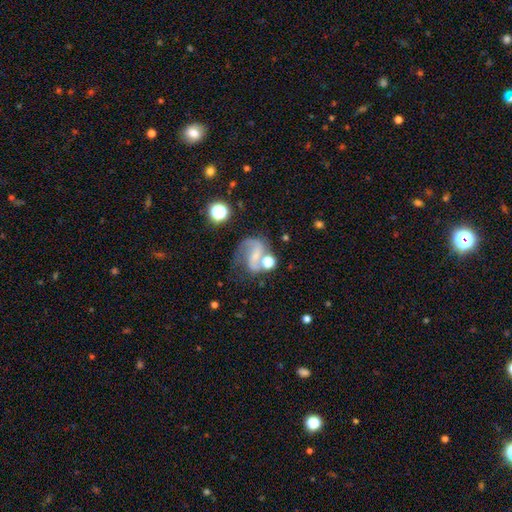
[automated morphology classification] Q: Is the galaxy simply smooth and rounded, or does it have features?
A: featured or disk — 74%.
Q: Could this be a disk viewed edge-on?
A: no — 98%.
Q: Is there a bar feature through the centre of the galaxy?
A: weak — 45%.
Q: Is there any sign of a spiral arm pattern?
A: yes — 93%.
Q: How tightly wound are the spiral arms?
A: medium — 48%.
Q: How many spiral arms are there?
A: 2 — 79%.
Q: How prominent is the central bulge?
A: small — 51%.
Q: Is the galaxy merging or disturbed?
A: none — 47%.